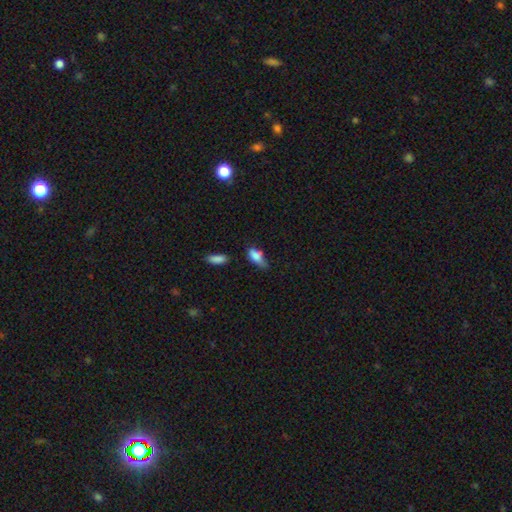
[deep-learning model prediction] Overall: smooth (78%). How rounded: in between (82%). Merging: minor disturbance (41%; none 34%).